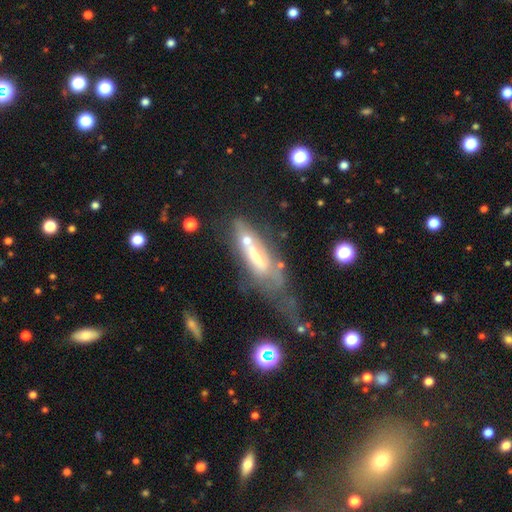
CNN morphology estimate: A featured or disk galaxy (54%).

Vote fractions:
- Smooth or featured? featured or disk: 54% / smooth: 34% / star or artifact: 11%
- Edge-on disk? no: 62% / yes: 38%
- Merging? major disturbance: 37% / merger: 22% / none: 21% / minor disturbance: 20%